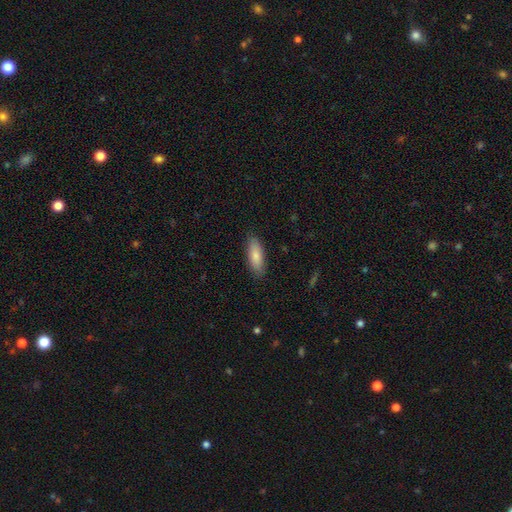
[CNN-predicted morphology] This appears to be a smooth galaxy with no disk features (84%) that is in between round and cigar-shaped (65%). Merging: none (86%).